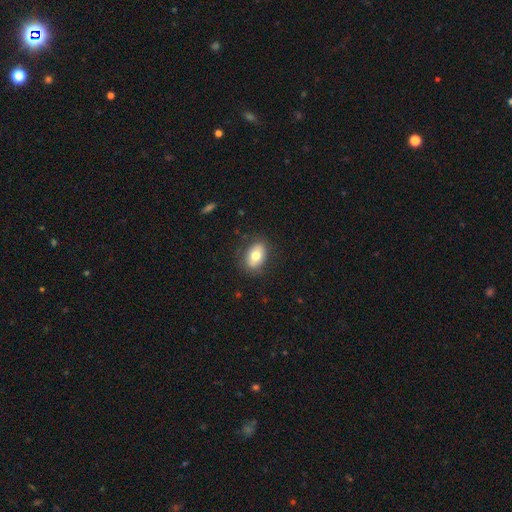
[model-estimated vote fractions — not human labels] This appears to be a smooth galaxy with no disk features (73%) that is in between round and cigar-shaped (82%). Merging: none (83%).